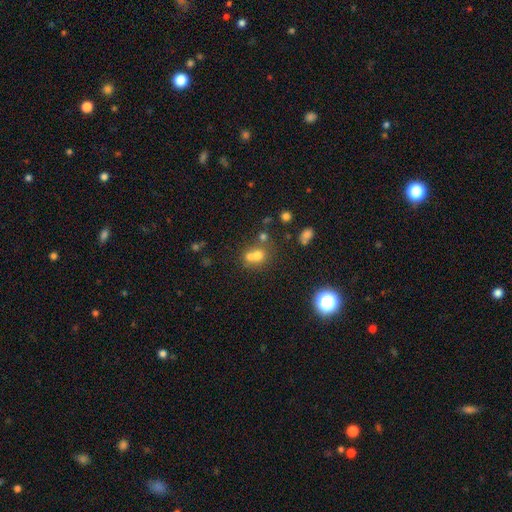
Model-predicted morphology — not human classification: Smooth or featured? Predicted: smooth (p=0.66). How rounded? Predicted: round (p=0.75). Merging? Predicted: merger (p=0.55).